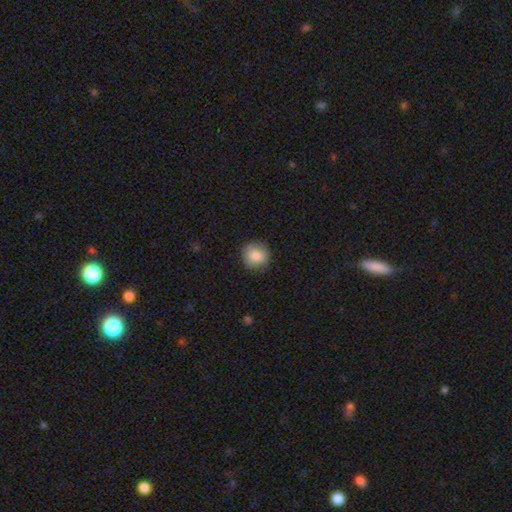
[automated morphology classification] Q: Smooth or featured?
A: smooth (84%); runner-up: star or artifact (8%)
Q: How rounded?
A: round (91%); runner-up: in between (8%)
Q: Merging?
A: none (85%); runner-up: minor disturbance (11%)